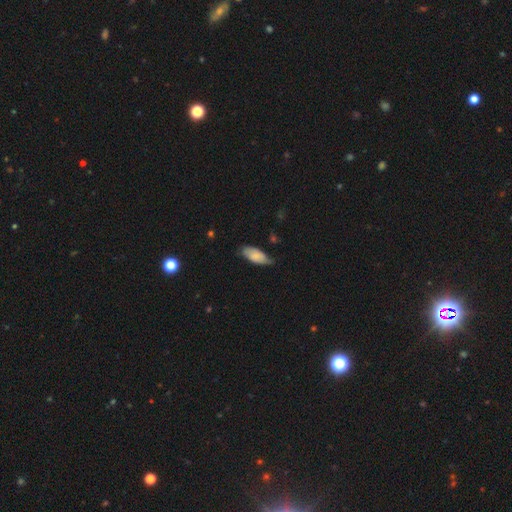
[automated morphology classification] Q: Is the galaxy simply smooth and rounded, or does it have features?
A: smooth — 76%.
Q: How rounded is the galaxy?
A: in between — 86%.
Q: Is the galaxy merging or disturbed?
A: none — 57%.